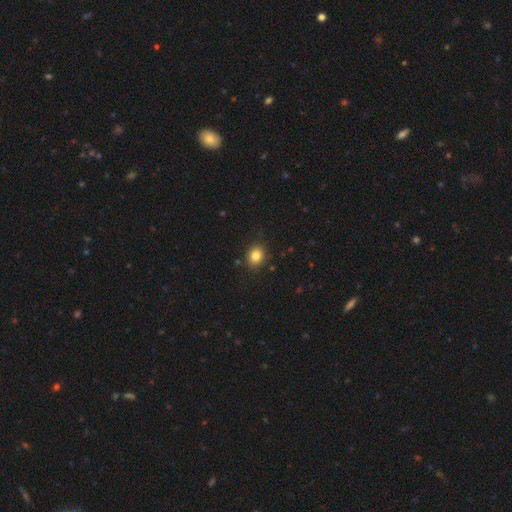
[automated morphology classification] Overall: smooth (83%). How rounded: round (61%; in between 38%). Merging: none (88%).